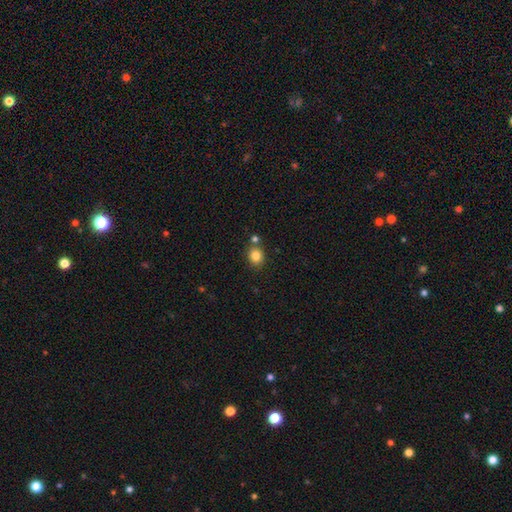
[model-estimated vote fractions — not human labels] smooth_or_featured: smooth (p=0.83) [alt: star or artifact p=0.11]
how_rounded: round (p=0.68) [alt: in between p=0.32]
merging: none (p=0.74) [alt: merger p=0.14]